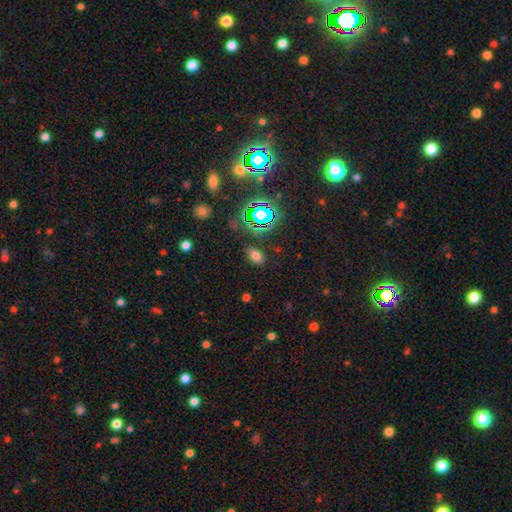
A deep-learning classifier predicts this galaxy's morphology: Smooth or featured?
  - smooth: 66% *
  - star or artifact: 26%
  - featured or disk: 8%
How rounded?
  - in between: 86% *
  - round: 12%
  - cigar-shaped: 2%
Merging?
  - none: 82% *
  - minor disturbance: 12%
  - major disturbance: 4%
  - merger: 2%